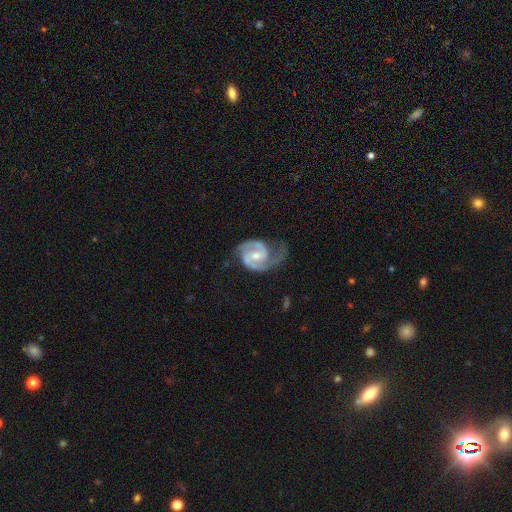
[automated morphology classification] featured or disk 91%, smooth 5%, star or artifact 4%. Down the decision tree: edge-on disk — no (98%); bar — weak (51%); spiral arms — yes (98%); spiral arm count — 2 (89%); spiral winding — medium (55%); bulge size — moderate (54%); merging — none (57%).